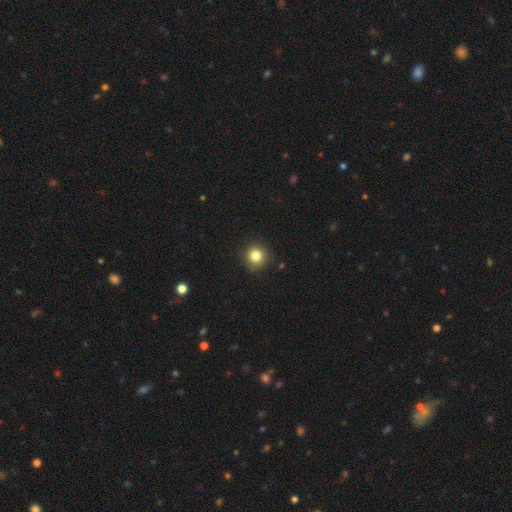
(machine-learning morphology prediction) Smooth or featured? Predicted: smooth (p=0.82). How rounded? Predicted: round (p=0.93). Merging? Predicted: none (p=0.90).